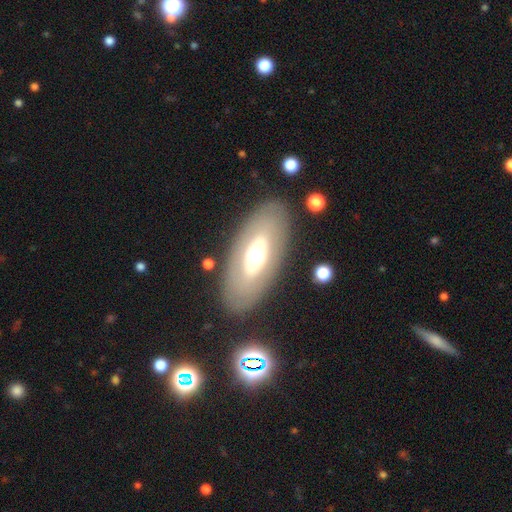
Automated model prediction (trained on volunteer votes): A featured or disk galaxy (48%). Merging: none (83%).